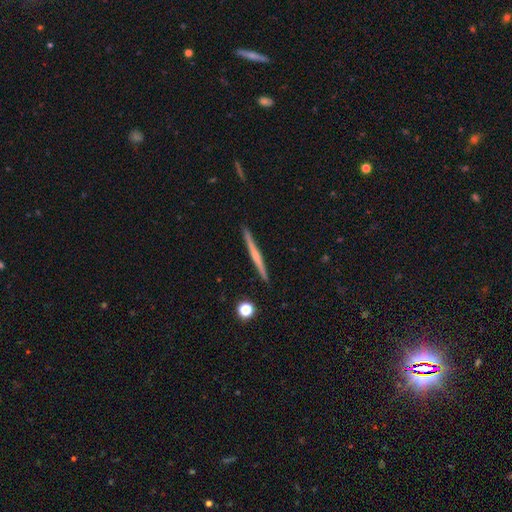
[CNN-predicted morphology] This is likely a featured or disk galaxy (60%). It is clearly viewed edge-on (98%). Edge-on bulge: possibly none (51%). Merging: clearly none (91%).